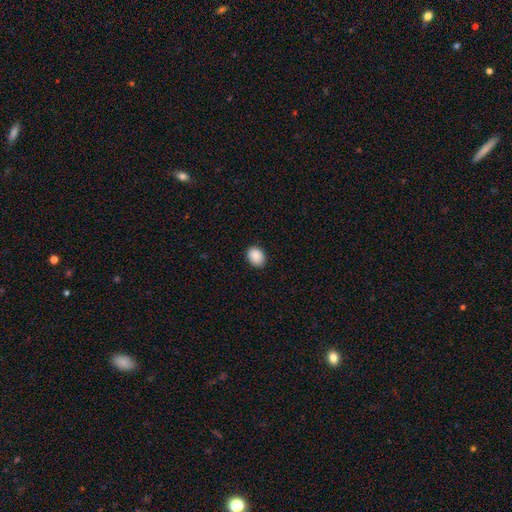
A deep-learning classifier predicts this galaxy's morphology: type=smooth (90%); roundness=in between (62%); merging=none (89%).